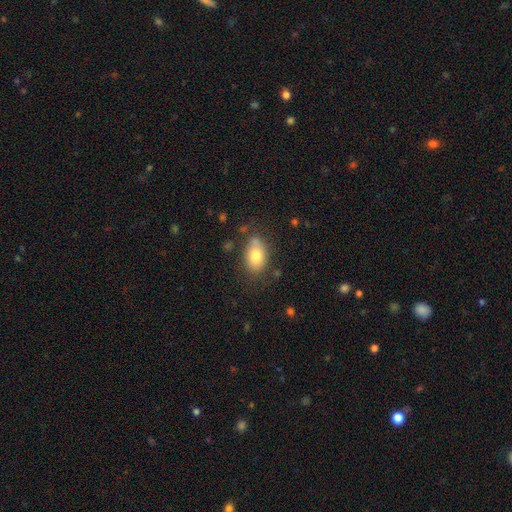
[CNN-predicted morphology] Q: Smooth or featured?
A: smooth (79%); runner-up: featured or disk (13%)
Q: How rounded?
A: in between (89%); runner-up: round (10%)
Q: Merging?
A: none (71%); runner-up: minor disturbance (20%)